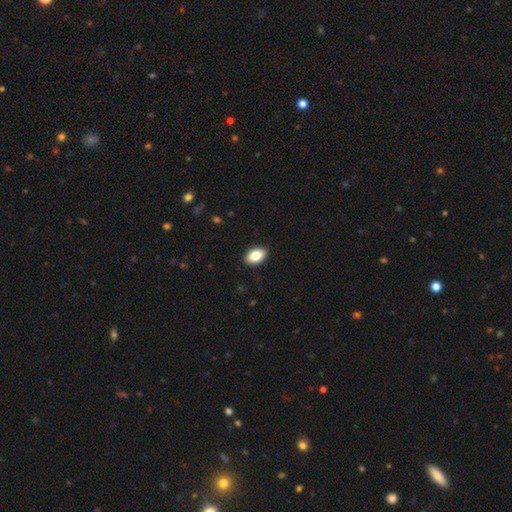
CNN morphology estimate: Overall: smooth (84%). How rounded: in between (90%). Merging: none (91%).